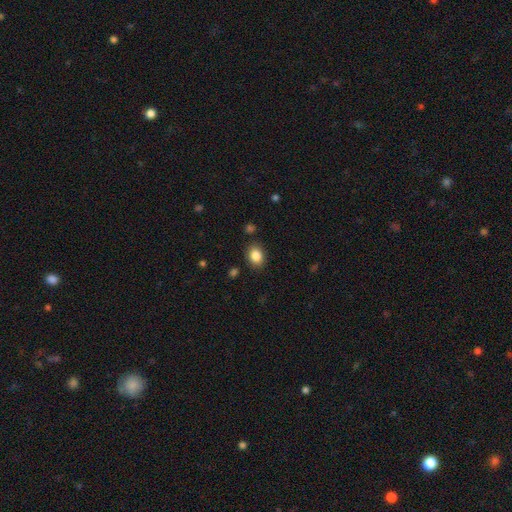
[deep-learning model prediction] smooth_or_featured: smooth (p=0.85) [alt: star or artifact p=0.09]
how_rounded: in between (p=0.60) [alt: round p=0.39]
merging: none (p=0.85) [alt: minor disturbance p=0.10]